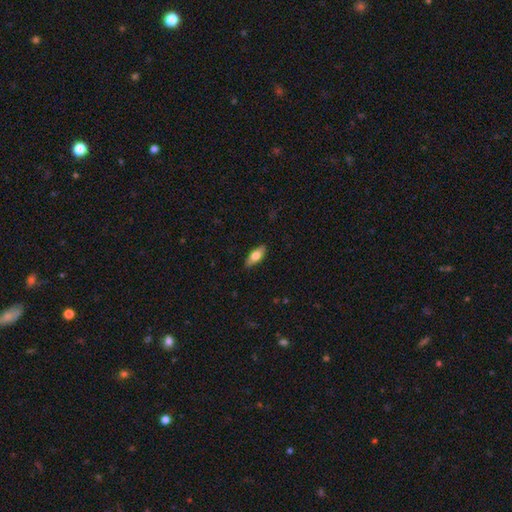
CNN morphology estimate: The model was most divided on "smooth or featured": smooth: 67%, featured or disk: 27%, star or artifact: 6%. More confident: merging — none (88%); how rounded — in between (73%).